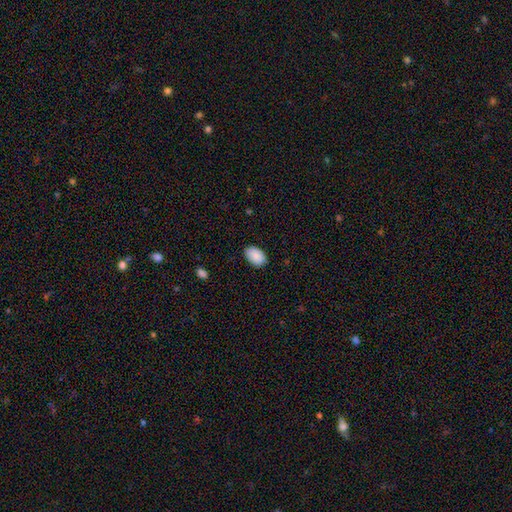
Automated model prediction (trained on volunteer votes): smooth_or_featured: smooth (p=0.90) [alt: star or artifact p=0.07]
how_rounded: in between (p=0.90) [alt: round p=0.09]
merging: none (p=0.87) [alt: minor disturbance p=0.10]